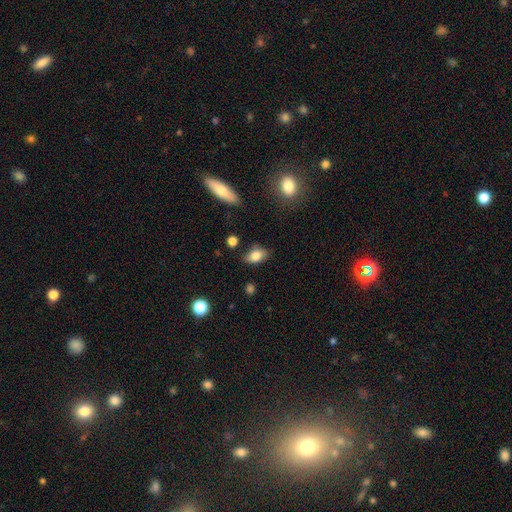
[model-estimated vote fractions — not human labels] This is clearly a smooth galaxy (80%). How rounded: clearly in between (87%). Merging: likely none (75%).